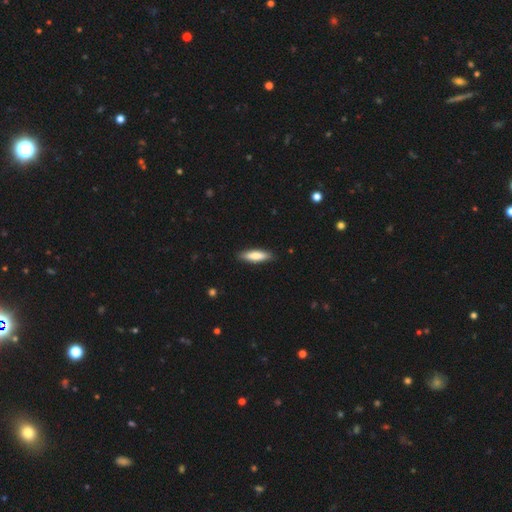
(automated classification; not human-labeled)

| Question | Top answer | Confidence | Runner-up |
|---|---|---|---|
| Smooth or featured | smooth | 80% | featured or disk (15%) |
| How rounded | cigar-shaped | 60% | in between (38%) |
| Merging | none | 88% | minor disturbance (9%) |